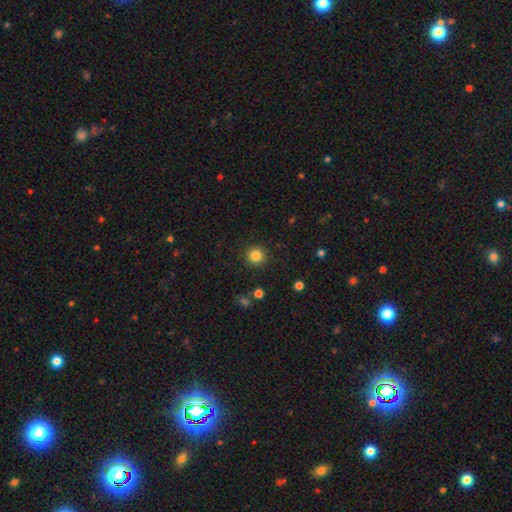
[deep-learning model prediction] smooth-or-featured: smooth: 83% | star or artifact: 12% | featured or disk: 5%
  how-rounded: round: 95% | in between: 4% | cigar-shaped: 1%
  merging: none: 91% | minor disturbance: 5% | major disturbance: 2% | merger: 1%